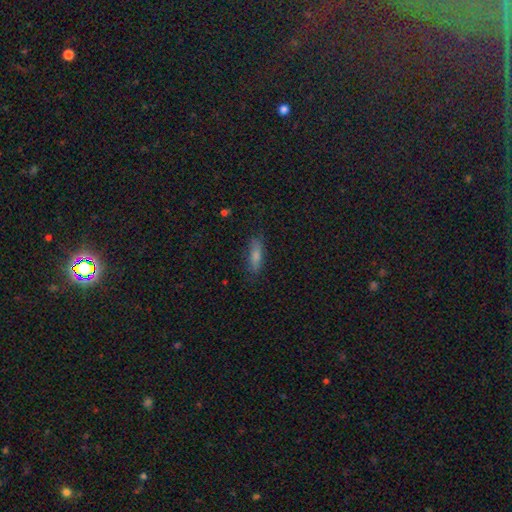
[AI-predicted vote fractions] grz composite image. It shows a smooth galaxy with no disk features (64%) that is cigar-shaped (57%). Merging: none (84%).